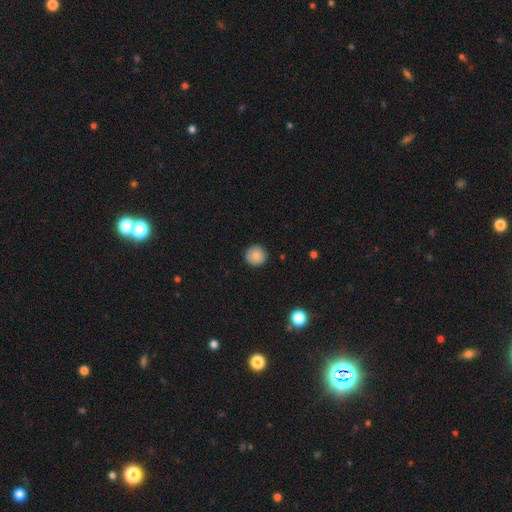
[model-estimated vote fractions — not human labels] Smooth or featured? smooth (87%)
How rounded? round (94%)
Merging? none (91%)